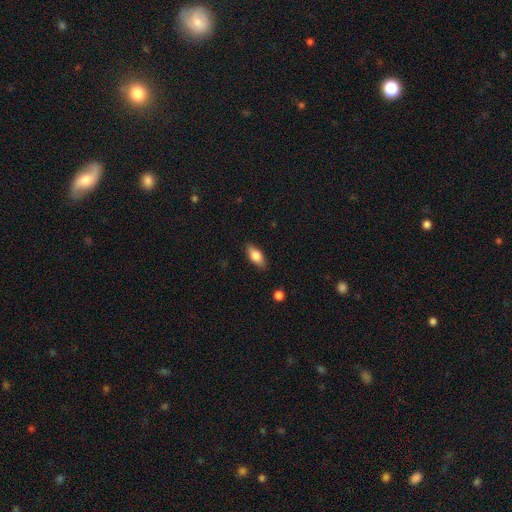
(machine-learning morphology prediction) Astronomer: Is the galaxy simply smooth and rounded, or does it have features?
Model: smooth — 78%.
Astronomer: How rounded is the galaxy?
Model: in between — 84%.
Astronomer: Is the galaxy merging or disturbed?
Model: none — 86%.